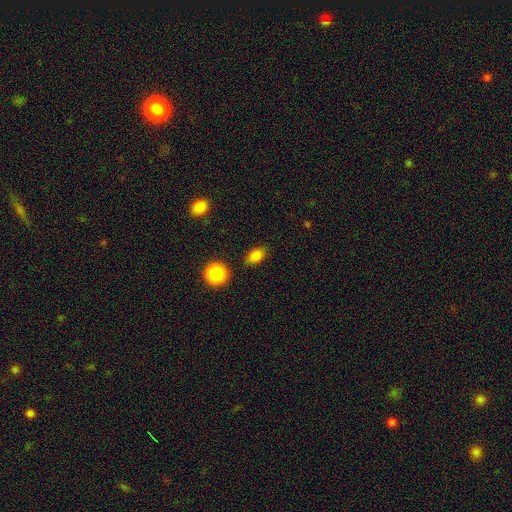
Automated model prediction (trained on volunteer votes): Smooth or featured? smooth (83%)
How rounded? in between (80%)
Merging? none (84%)